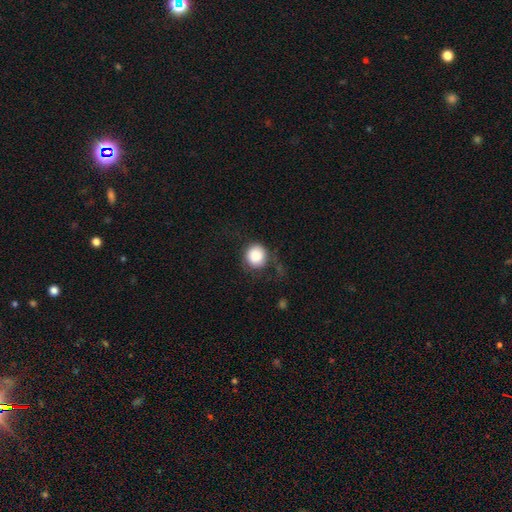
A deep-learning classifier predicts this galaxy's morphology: smooth 86%, star or artifact 8%, featured or disk 6%. Down the decision tree: how rounded — round (91%); merging — none (62%).